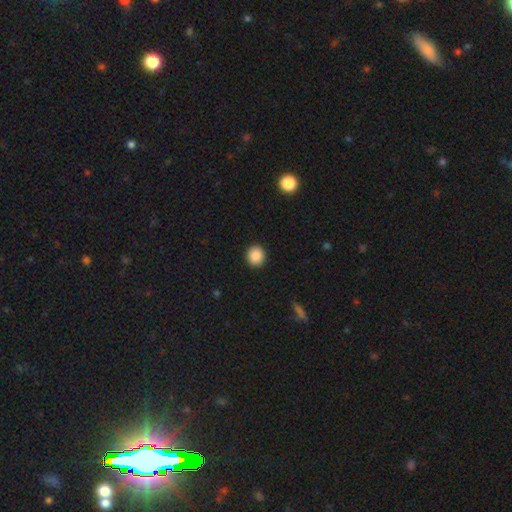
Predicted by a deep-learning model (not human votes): Smooth or featured? smooth (88%)
How rounded? round (85%)
Merging? none (92%)